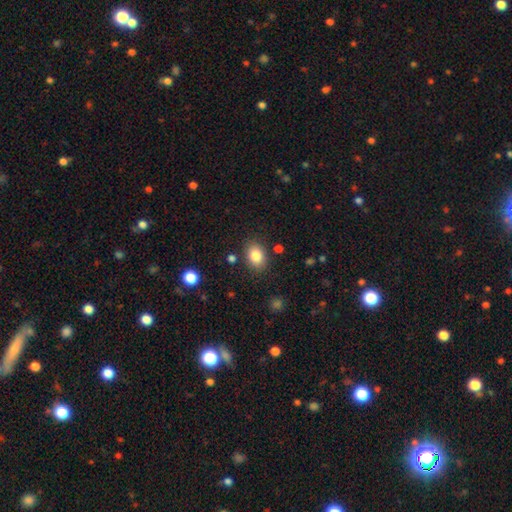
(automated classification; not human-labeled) smooth-or-featured: smooth: 84% | star or artifact: 9% | featured or disk: 7%
  how-rounded: in between: 67% | round: 32% | cigar-shaped: 1%
  merging: none: 84% | minor disturbance: 10% | major disturbance: 3% | merger: 3%